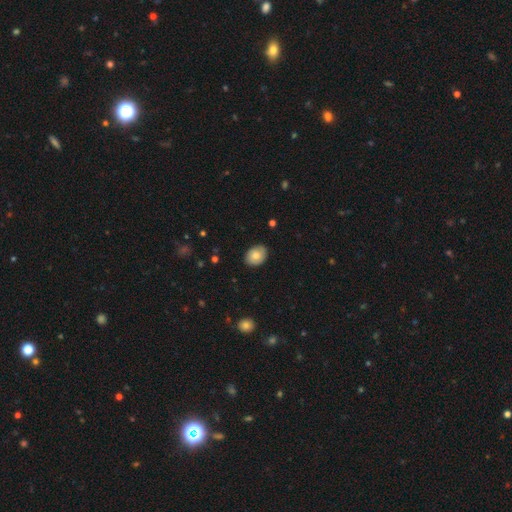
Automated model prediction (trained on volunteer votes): smooth_or_featured: smooth (p=0.76) [alt: featured or disk p=0.16]
how_rounded: in between (p=0.61) [alt: round p=0.38]
merging: none (p=0.84) [alt: minor disturbance p=0.13]